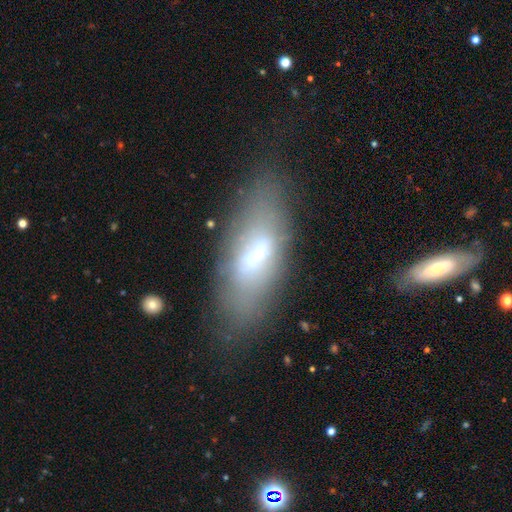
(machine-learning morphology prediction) Q: Smooth or featured?
A: smooth (48%); runner-up: featured or disk (41%)
Q: Merging?
A: none (68%); runner-up: minor disturbance (18%)